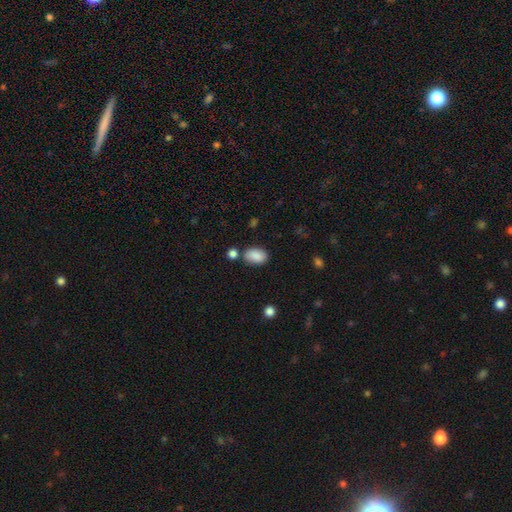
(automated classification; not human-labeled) smooth_or_featured: smooth (p=0.87) [alt: star or artifact p=0.08]
how_rounded: in between (p=0.89) [alt: round p=0.10]
merging: none (p=0.71) [alt: minor disturbance p=0.16]